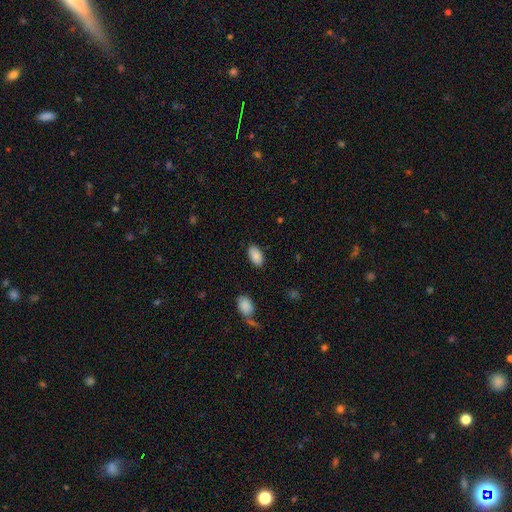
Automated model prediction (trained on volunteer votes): smooth-or-featured: smooth: 89% | star or artifact: 7% | featured or disk: 4%
  how-rounded: in between: 94% | round: 4% | cigar-shaped: 2%
  merging: none: 86% | minor disturbance: 10% | major disturbance: 3% | merger: 2%